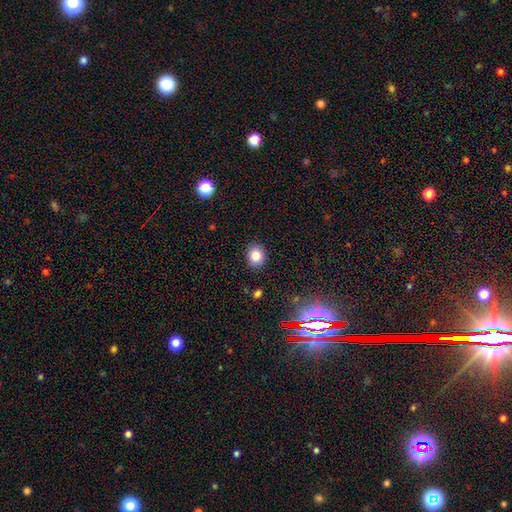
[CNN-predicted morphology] A smooth galaxy with no disk features (82%) that is round (60%).

Vote fractions:
- Smooth or featured? smooth: 82% / star or artifact: 11% / featured or disk: 7%
- How rounded? round: 60% / in between: 39% / cigar-shaped: 1%
- Merging? none: 88% / minor disturbance: 8% / major disturbance: 2% / merger: 1%